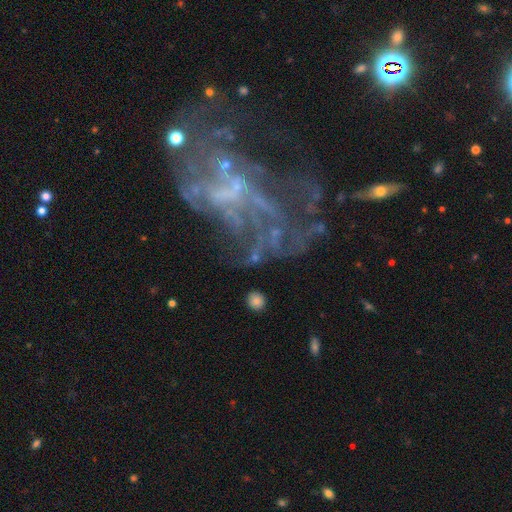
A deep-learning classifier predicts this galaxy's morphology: A featured or disk galaxy (61%) with no bar (62%), spiral arms (55%) and no central bulge (46%).

Vote fractions:
- Smooth or featured? featured or disk: 61% / star or artifact: 22% / smooth: 16%
- Edge-on disk? no: 95% / yes: 5%
- Bar? no: 62% / weak: 24% / strong: 15%
- Spiral arms? yes: 55% / no: 45%
- Bulge size? none: 46% / small: 34% / moderate: 15% / large: 4% / dominant: 2%
- Merging? none: 50% / major disturbance: 26% / minor disturbance: 15% / merger: 8%